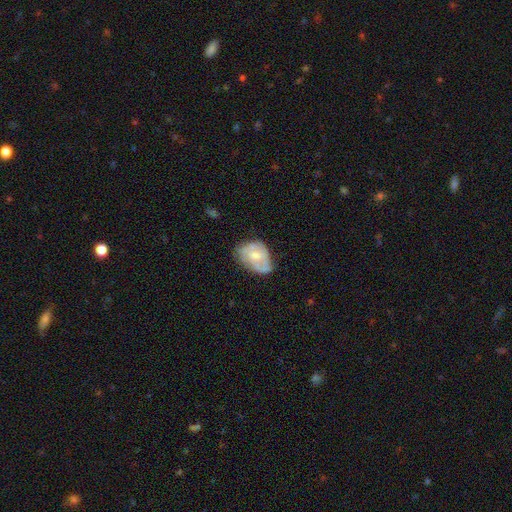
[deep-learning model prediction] Smooth or featured?
  - smooth: 48% *
  - featured or disk: 45%
  - star or artifact: 7%
Merging?
  - none: 42% *
  - minor disturbance: 38%
  - major disturbance: 17%
  - merger: 3%